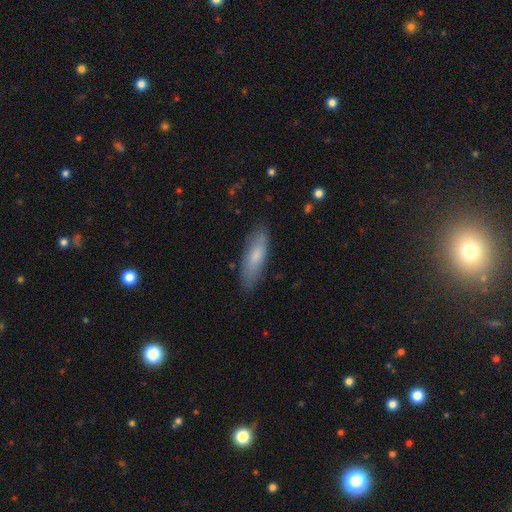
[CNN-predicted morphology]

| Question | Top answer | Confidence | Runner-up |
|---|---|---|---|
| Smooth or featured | smooth | 73% | featured or disk (21%) |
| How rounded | cigar-shaped | 52% | in between (46%) |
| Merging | none | 82% | minor disturbance (14%) |